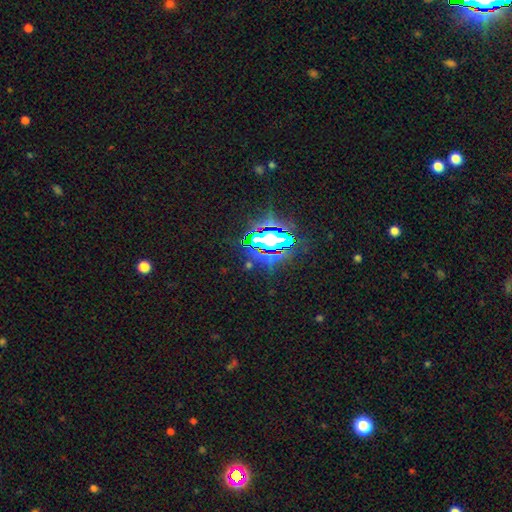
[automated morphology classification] Smooth or featured?
  - star or artifact: 80% *
  - smooth: 11%
  - featured or disk: 9%